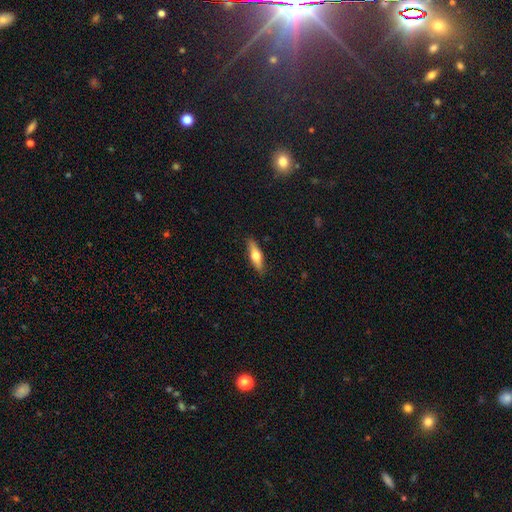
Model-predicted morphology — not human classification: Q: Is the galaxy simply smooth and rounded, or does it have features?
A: smooth — 54%.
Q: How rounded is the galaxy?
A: cigar-shaped — 60%.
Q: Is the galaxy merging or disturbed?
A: none — 88%.